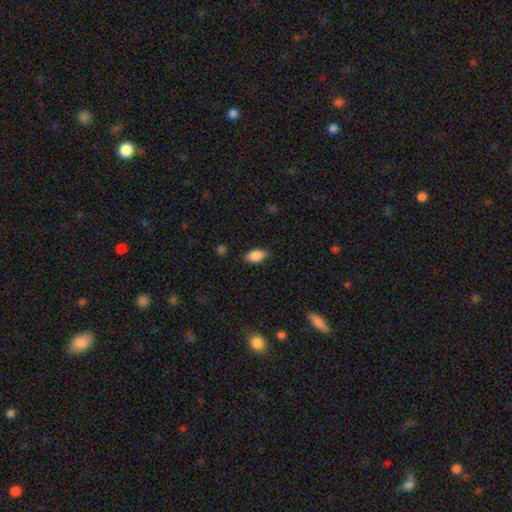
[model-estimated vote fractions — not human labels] smooth-or-featured: smooth: 87% | star or artifact: 7% | featured or disk: 5%
  how-rounded: in between: 92% | round: 5% | cigar-shaped: 4%
  merging: none: 83% | minor disturbance: 13% | major disturbance: 3% | merger: 1%